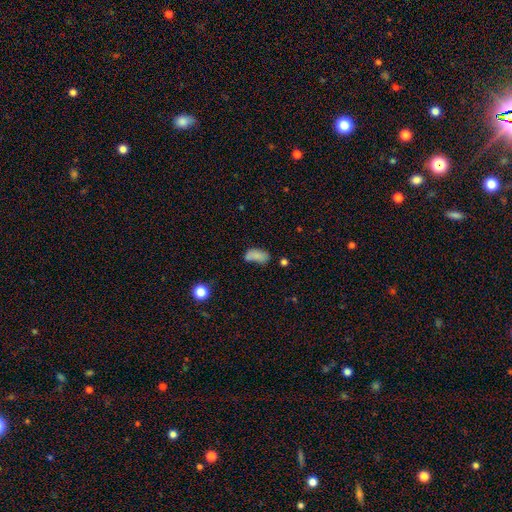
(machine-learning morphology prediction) Smooth or featured?
  - smooth: 80% *
  - star or artifact: 11%
  - featured or disk: 9%
How rounded?
  - in between: 87% *
  - cigar-shaped: 9%
  - round: 4%
Merging?
  - none: 48% *
  - minor disturbance: 28%
  - major disturbance: 13%
  - merger: 11%